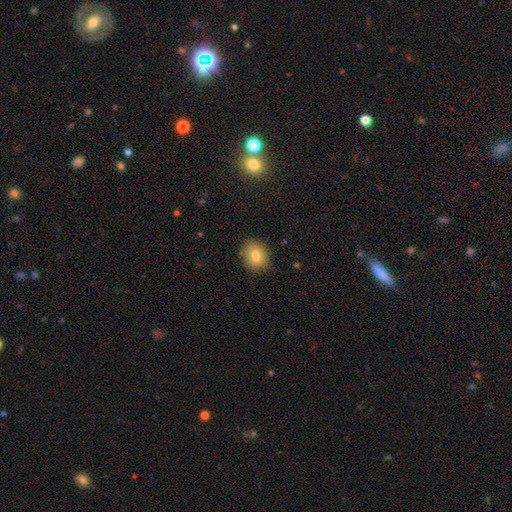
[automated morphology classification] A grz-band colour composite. It shows a smooth galaxy with no disk features (79%) that is round (61%). Merging: none (85%).